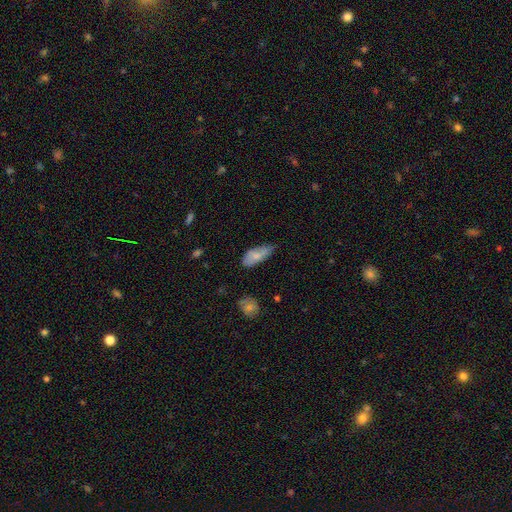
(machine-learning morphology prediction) Overall: smooth (76%). How rounded: in between (83%). Merging: none (43%; minor disturbance 42%).